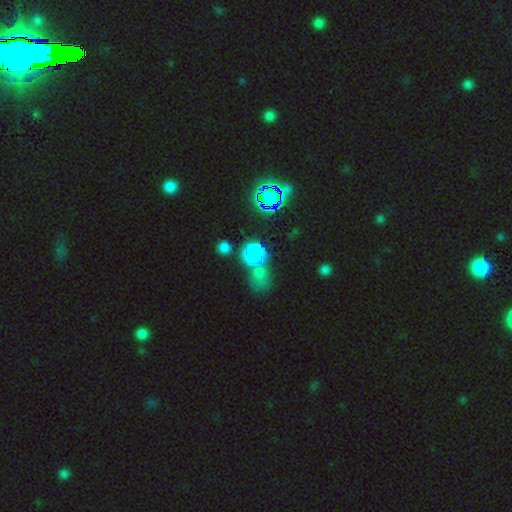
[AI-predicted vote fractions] smooth-or-featured: smooth: 63% | star or artifact: 29% | featured or disk: 8%
  how-rounded: round: 80% | in between: 19% | cigar-shaped: 2%
  merging: none: 51% | merger: 32% | minor disturbance: 10% | major disturbance: 7%